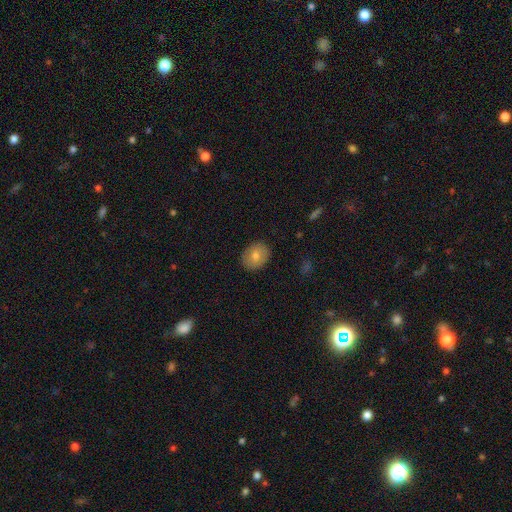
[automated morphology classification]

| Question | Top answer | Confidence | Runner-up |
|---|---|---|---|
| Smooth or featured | smooth | 72% | featured or disk (20%) |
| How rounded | round | 52% | in between (47%) |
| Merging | none | 88% | minor disturbance (9%) |